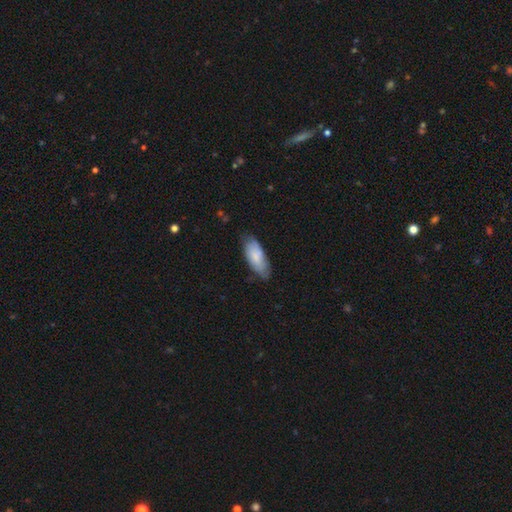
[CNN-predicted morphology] Smooth or featured? Predicted: smooth (p=0.79). How rounded? Predicted: in between (p=0.82). Merging? Predicted: none (p=0.68).